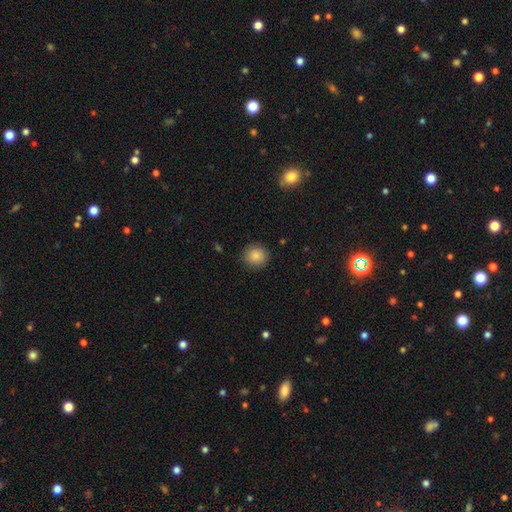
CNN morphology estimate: This appears to be a smooth galaxy with no disk features (86%) that is round (91%). Merging: none (89%).